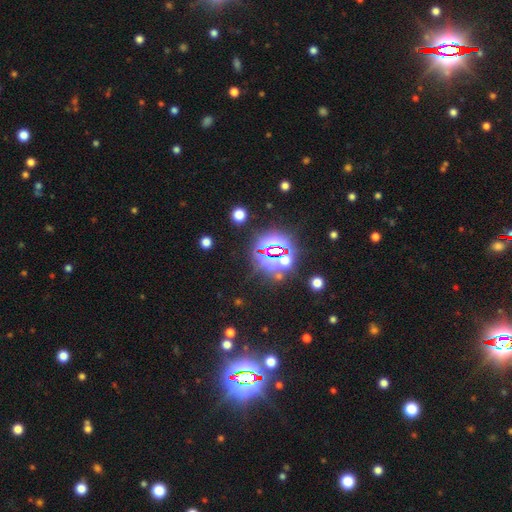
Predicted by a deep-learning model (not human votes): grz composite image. It shows a star or artifact, not a galaxy (83%).